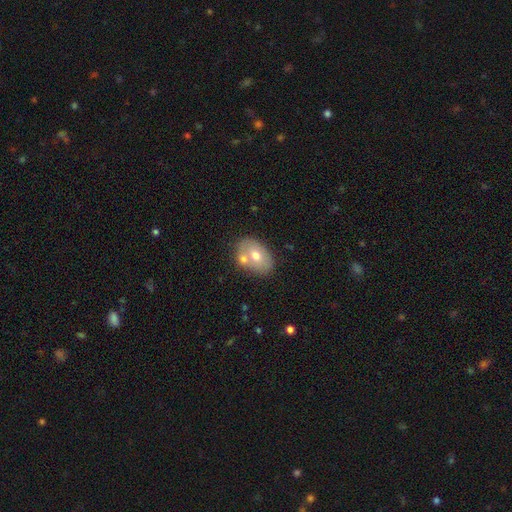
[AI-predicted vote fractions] smooth 63%, featured or disk 30%, star or artifact 7%. Down the decision tree: how rounded — in between (83%); merging — none (54%).